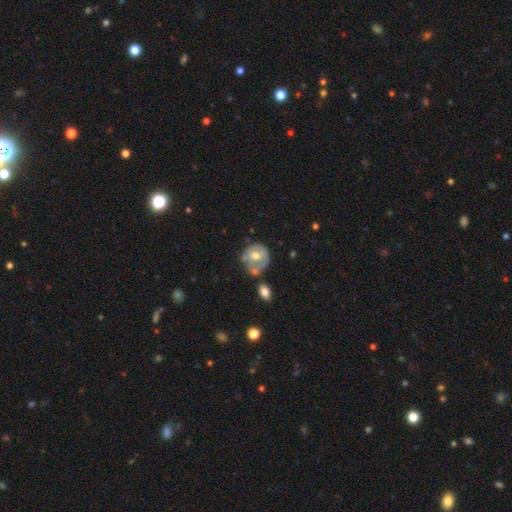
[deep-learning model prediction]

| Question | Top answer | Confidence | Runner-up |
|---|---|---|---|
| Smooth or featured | smooth | 48% | featured or disk (45%) |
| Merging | none | 41% | merger (28%) |